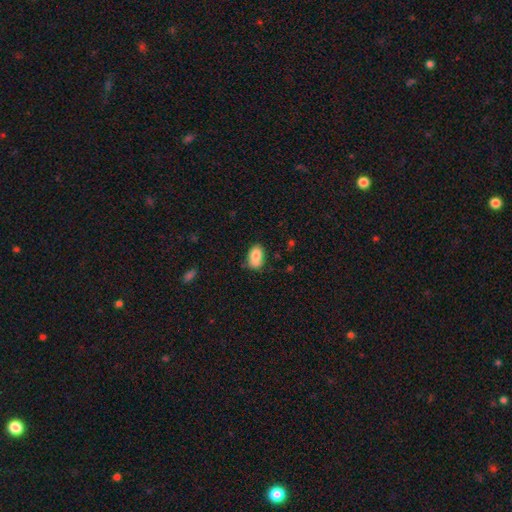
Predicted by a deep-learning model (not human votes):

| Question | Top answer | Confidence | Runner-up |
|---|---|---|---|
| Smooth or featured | smooth | 83% | featured or disk (9%) |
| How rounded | in between | 89% | round (10%) |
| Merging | none | 69% | minor disturbance (24%) |